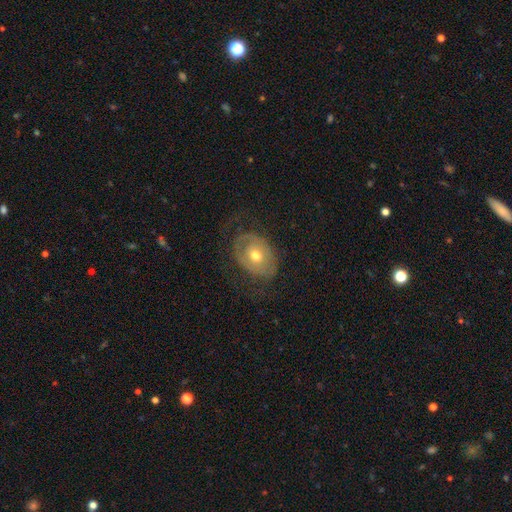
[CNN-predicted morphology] Smooth or featured? Predicted: featured or disk (p=0.54). Edge-on disk? Predicted: no (p=0.93). Bar? Predicted: no (p=0.78). Spiral arms? Predicted: no (p=0.52). Bulge size? Predicted: moderate (p=0.73). Merging? Predicted: none (p=0.59).